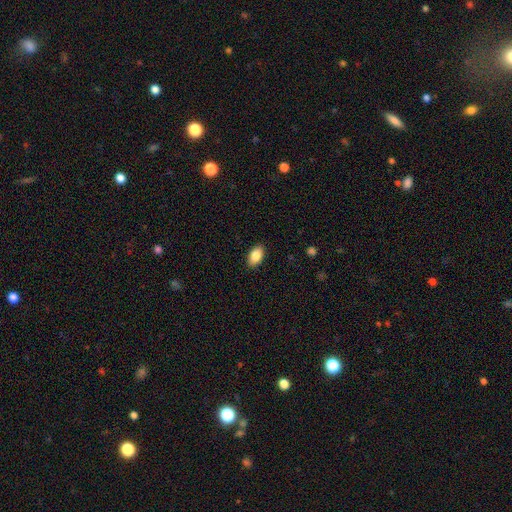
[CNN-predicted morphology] Smooth or featured? smooth (86%)
How rounded? in between (92%)
Merging? none (89%)